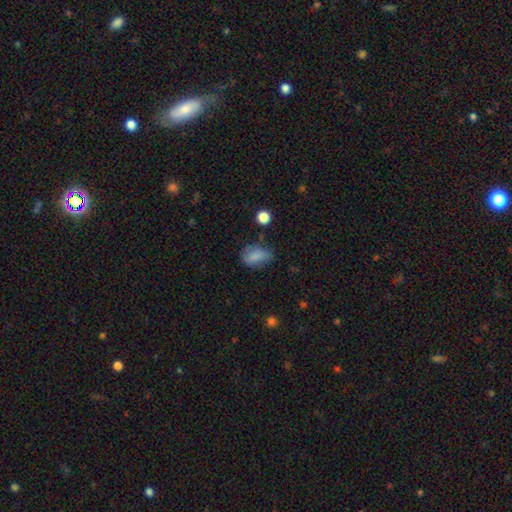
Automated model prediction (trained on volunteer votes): Smooth or featured? Predicted: smooth (p=0.78). How rounded? Predicted: in between (p=0.80). Merging? Predicted: none (p=0.54).